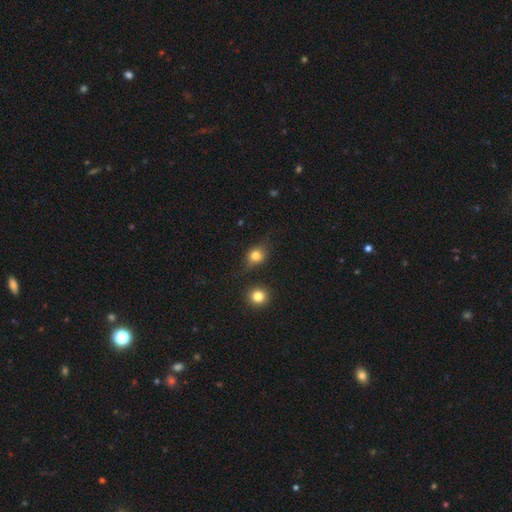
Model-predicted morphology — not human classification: type=smooth (72%); roundness=round (60%); merging=none (66%).